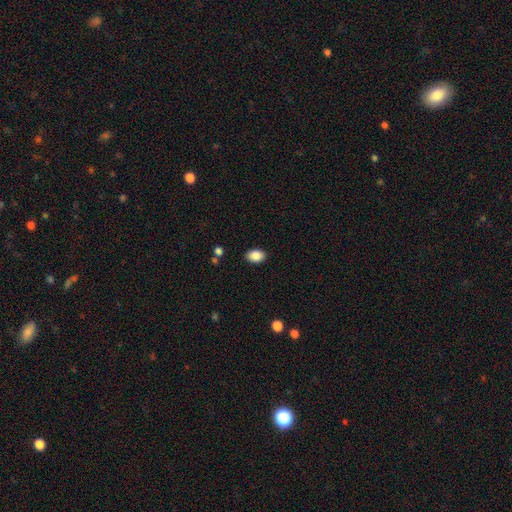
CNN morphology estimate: This is clearly a smooth galaxy (87%). How rounded: clearly in between (83%). Merging: clearly none (88%).